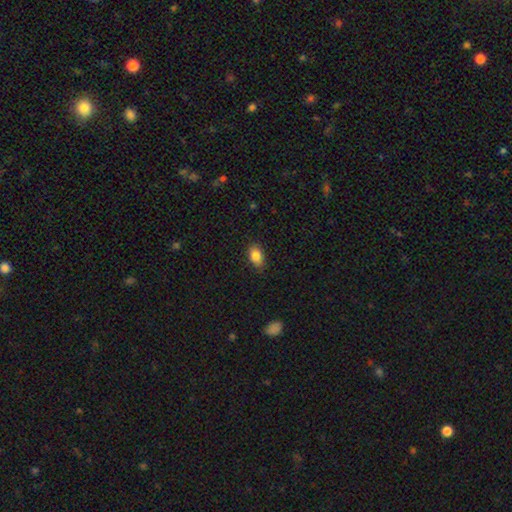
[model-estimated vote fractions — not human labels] A smooth galaxy with no disk features (85%) that is in between round and cigar-shaped (86%).

Vote fractions:
- Smooth or featured? smooth: 85% / star or artifact: 8% / featured or disk: 7%
- How rounded? in between: 86% / round: 13% / cigar-shaped: 2%
- Merging? none: 84% / minor disturbance: 13% / major disturbance: 2% / merger: 1%